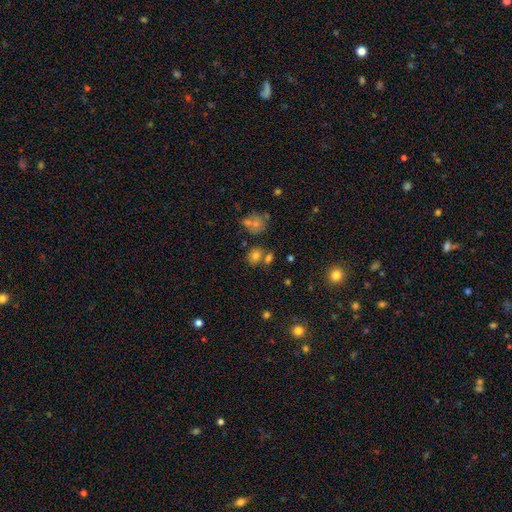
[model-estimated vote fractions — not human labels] This appears to be a smooth galaxy with no disk features (73%) that is round (57%). Merging: none (56%).